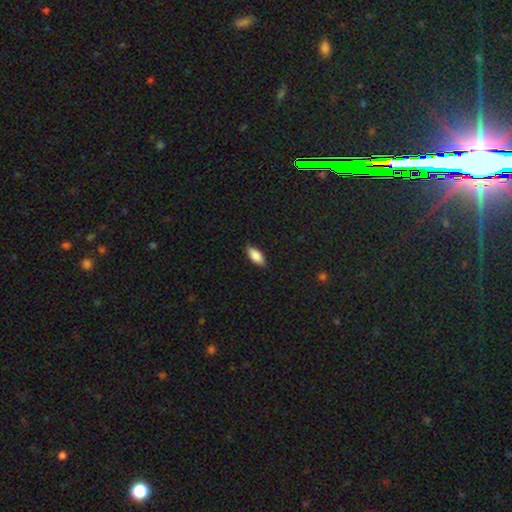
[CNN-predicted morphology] Overall: smooth (86%). How rounded: in between (86%). Merging: none (87%).